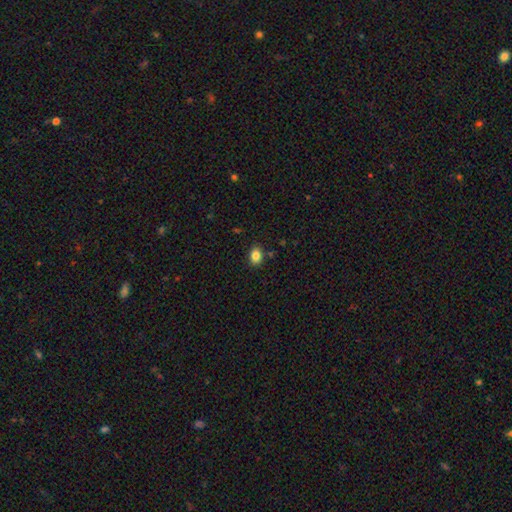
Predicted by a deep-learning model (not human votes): Q: Smooth or featured?
A: smooth (85%); runner-up: star or artifact (10%)
Q: How rounded?
A: in between (63%); runner-up: round (36%)
Q: Merging?
A: none (86%); runner-up: minor disturbance (9%)